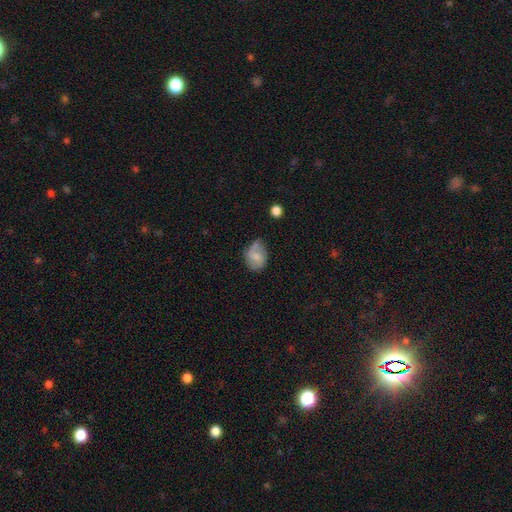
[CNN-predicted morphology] This appears to be a smooth galaxy with no disk features (65%) that is in between round and cigar-shaped (59%). Merging: none (46%).